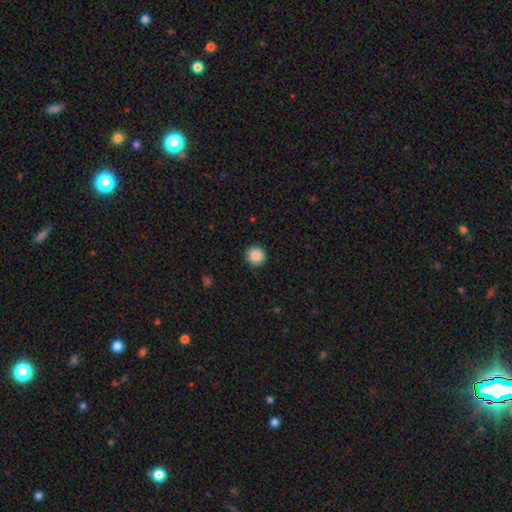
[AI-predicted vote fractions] This is clearly a smooth galaxy (87%). How rounded: clearly round (94%). Merging: clearly none (91%).